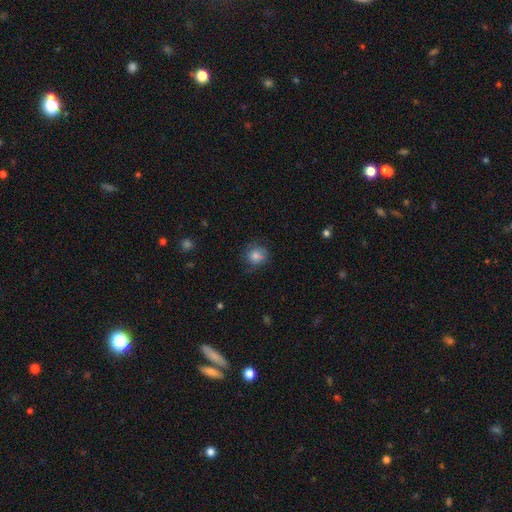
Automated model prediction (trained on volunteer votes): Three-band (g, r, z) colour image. It shows a smooth galaxy with no disk features (75%) that is round (81%). Merging: none (67%).